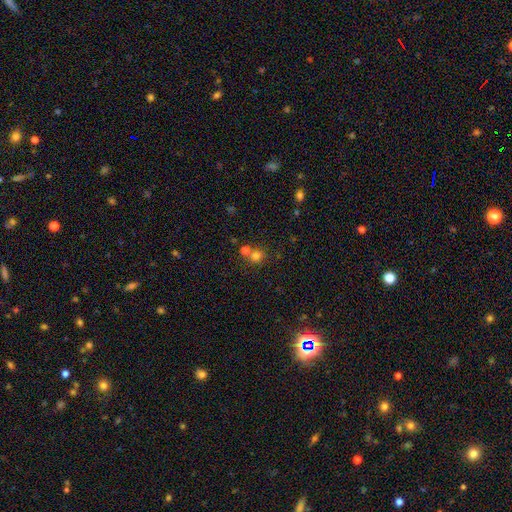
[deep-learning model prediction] smooth 74%, star or artifact 17%, featured or disk 9%. Down the decision tree: how rounded — round (86%); merging — none (57%).